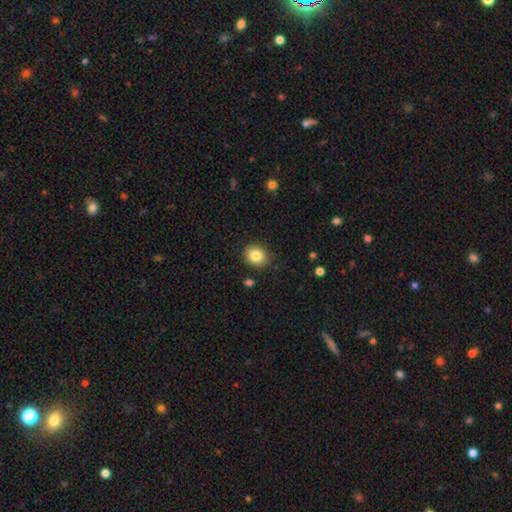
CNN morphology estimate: A smooth galaxy with no disk features (85%) that is round (63%). Merging: none (87%).